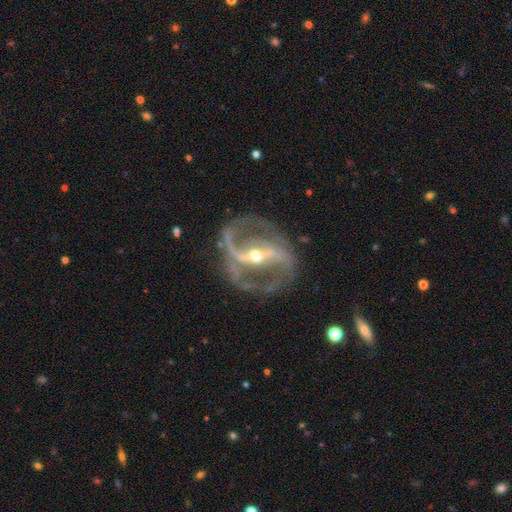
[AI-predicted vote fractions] smooth_or_featured: featured or disk (p=0.91) [alt: star or artifact p=0.06]
disk_edge_on: no (p=0.94) [alt: yes p=0.06]
bar: strong (p=0.74) [alt: weak p=0.17]
has_spiral_arms: yes (p=0.92) [alt: no p=0.08]
spiral_winding: medium (p=0.49) [alt: loose p=0.27]
spiral_arm_count: 2 (p=0.86) [alt: can't tell p=0.05]
bulge_size: small (p=0.54) [alt: moderate p=0.43]
merging: none (p=0.73) [alt: minor disturbance p=0.15]